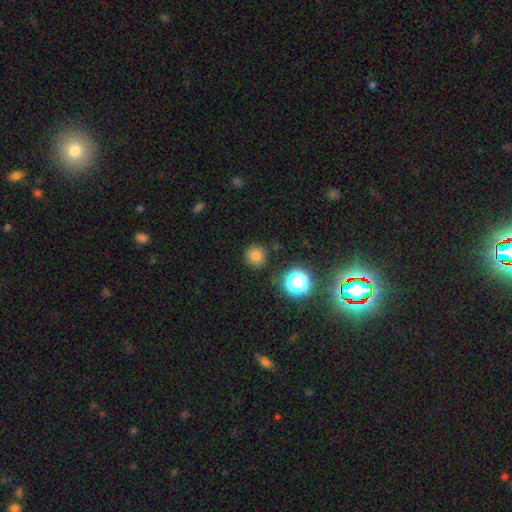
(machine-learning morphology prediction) Overall: smooth (78%). How rounded: round (93%). Merging: none (86%).